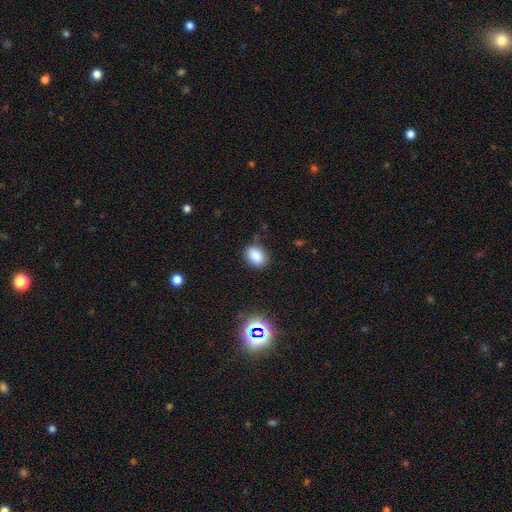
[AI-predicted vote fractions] Smooth or featured: smooth — 84% (star or artifact — 11%)
How rounded: in between — 76% (round — 22%)
Merging: none — 77% (minor disturbance — 17%)